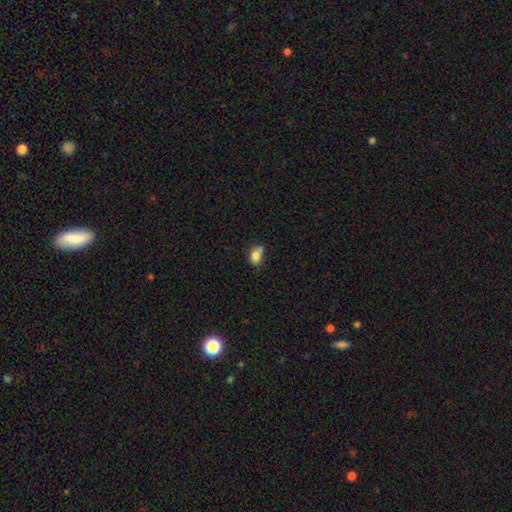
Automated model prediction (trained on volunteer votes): smooth_or_featured: smooth (p=0.82) [alt: star or artifact p=0.10]
how_rounded: in between (p=0.73) [alt: round p=0.26]
merging: none (p=0.48) [alt: minor disturbance p=0.31]